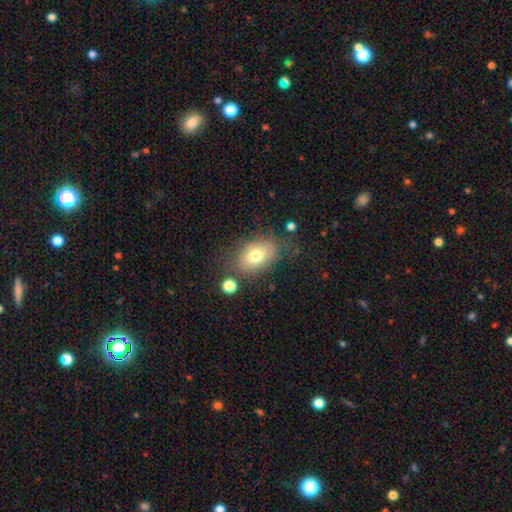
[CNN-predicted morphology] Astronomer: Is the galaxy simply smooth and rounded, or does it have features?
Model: smooth — 71%.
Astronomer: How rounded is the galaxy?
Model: in between — 83%.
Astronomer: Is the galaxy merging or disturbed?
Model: none — 70%.